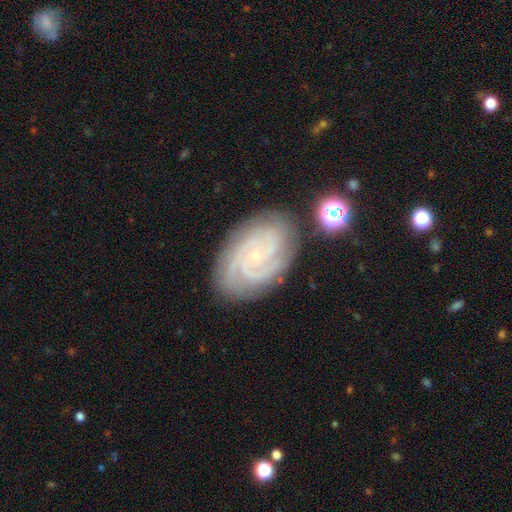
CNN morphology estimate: Overall: featured or disk (88%). Edge-on disk: no (97%). Bar: no (74%). Spiral arms: yes (98%). Spiral arm count: 3 (33%; 4 24%). Spiral winding: tight (74%). Bulge size: small (86%). Merging: none (79%).